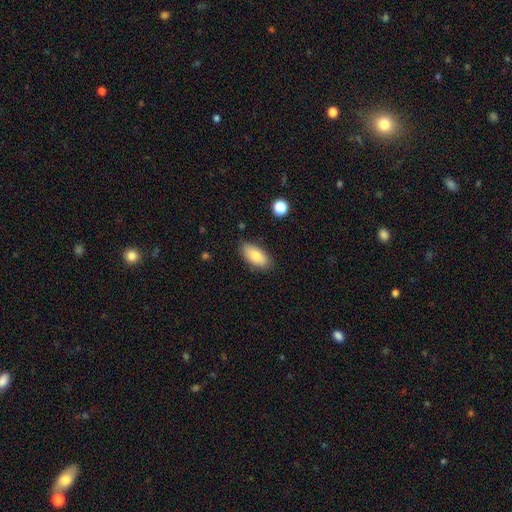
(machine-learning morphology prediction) A smooth galaxy with no disk features (83%) that is in between round and cigar-shaped (92%). Merging: none (82%).